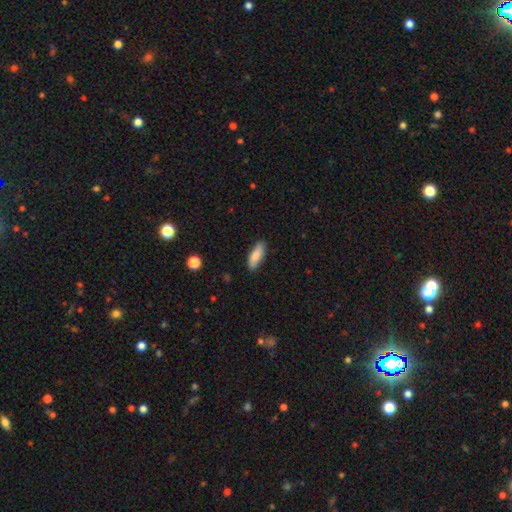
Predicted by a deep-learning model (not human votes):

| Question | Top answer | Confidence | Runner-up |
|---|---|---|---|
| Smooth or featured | smooth | 82% | featured or disk (11%) |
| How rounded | in between | 65% | cigar-shaped (33%) |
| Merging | none | 83% | minor disturbance (13%) |